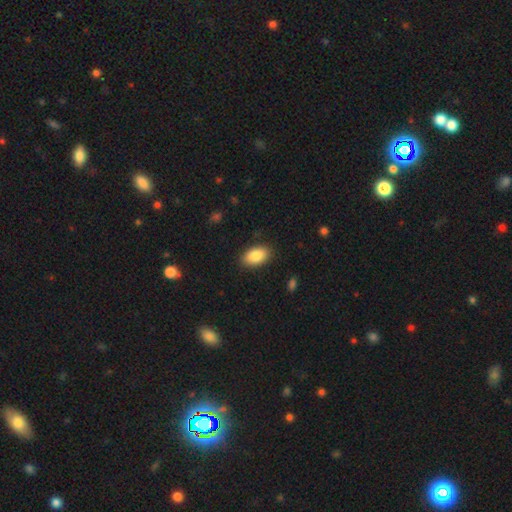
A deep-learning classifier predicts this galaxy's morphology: smooth_or_featured: smooth (p=0.88) [alt: star or artifact p=0.07]
how_rounded: in between (p=0.93) [alt: round p=0.05]
merging: none (p=0.88) [alt: minor disturbance p=0.09]